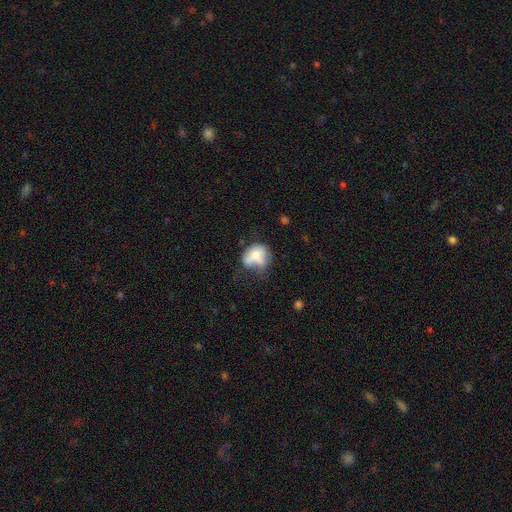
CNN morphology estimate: smooth-or-featured: smooth: 60% | featured or disk: 30% | star or artifact: 10%
  how-rounded: in between: 54% | round: 45% | cigar-shaped: 2%
  merging: none: 28% | major disturbance: 26% | minor disturbance: 26% | merger: 20%